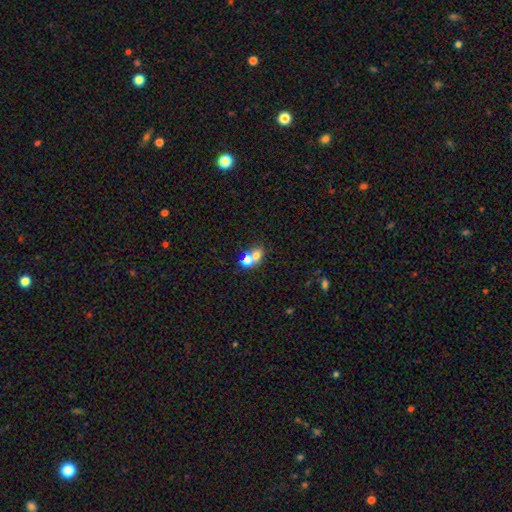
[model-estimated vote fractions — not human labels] smooth-or-featured: smooth: 67% | featured or disk: 19% | star or artifact: 15%
  how-rounded: round: 56% | in between: 42% | cigar-shaped: 1%
  merging: merger: 59% | none: 30% | minor disturbance: 7% | major disturbance: 4%